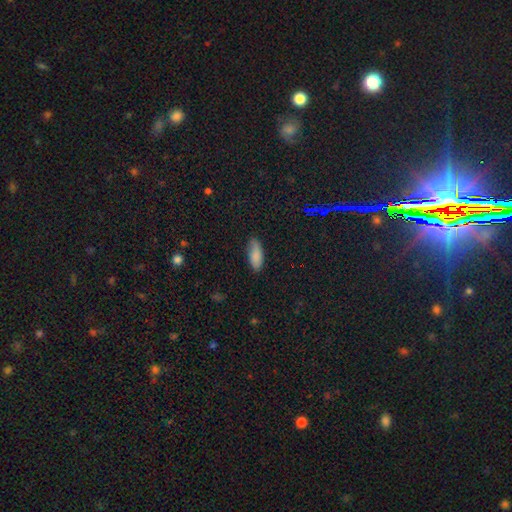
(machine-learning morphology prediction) Overall: smooth (85%). How rounded: in between (81%). Merging: none (79%).